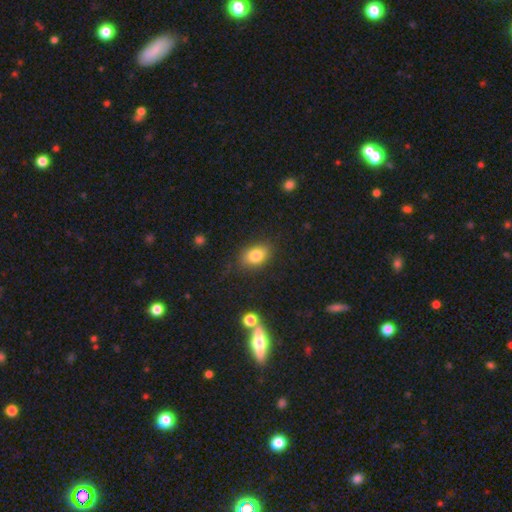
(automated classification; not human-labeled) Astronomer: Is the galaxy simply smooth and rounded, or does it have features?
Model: smooth — 81%.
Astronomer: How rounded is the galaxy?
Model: in between — 77%.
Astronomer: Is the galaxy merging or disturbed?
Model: none — 80%.